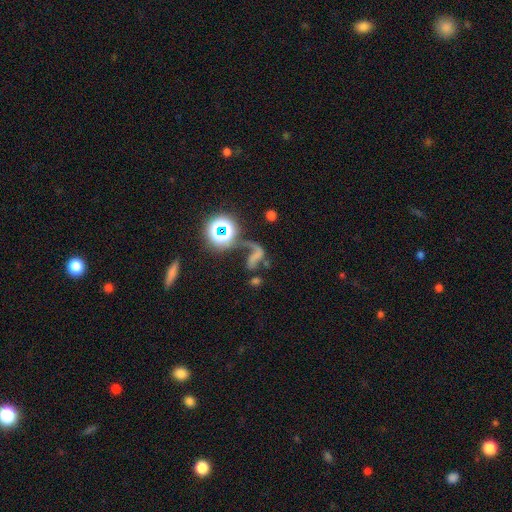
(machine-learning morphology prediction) type=featured or disk (43%); merging=none (33%, tied with major disturbance).